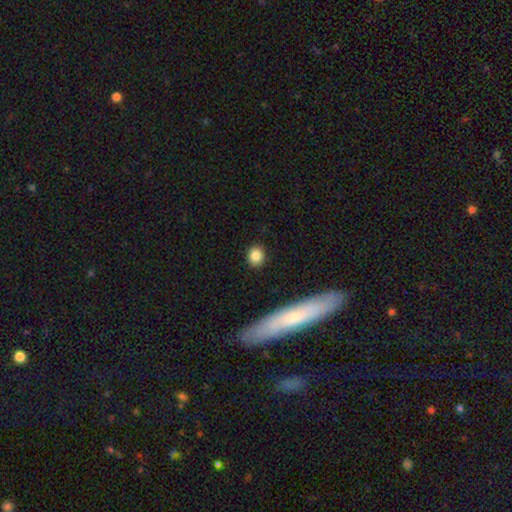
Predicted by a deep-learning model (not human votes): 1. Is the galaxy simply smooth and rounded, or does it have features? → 84% smooth, 9% star or artifact, 6% featured or disk.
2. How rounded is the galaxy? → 74% round, 24% in between, 2% cigar-shaped.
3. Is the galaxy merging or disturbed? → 89% none, 8% minor disturbance, 2% major disturbance, 2% merger.